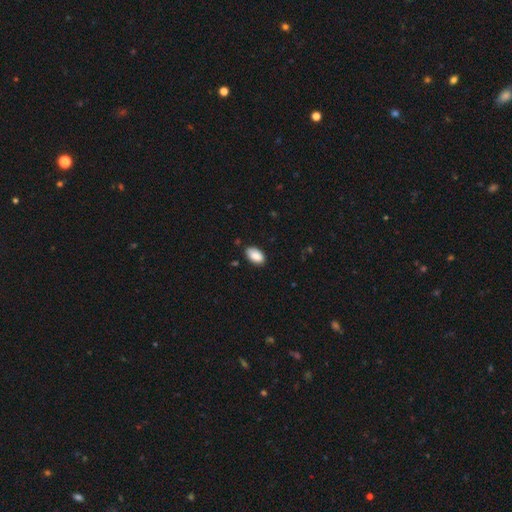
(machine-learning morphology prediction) Smooth or featured: smooth — 89% (star or artifact — 7%)
How rounded: in between — 95% (round — 4%)
Merging: none — 82% (minor disturbance — 14%)